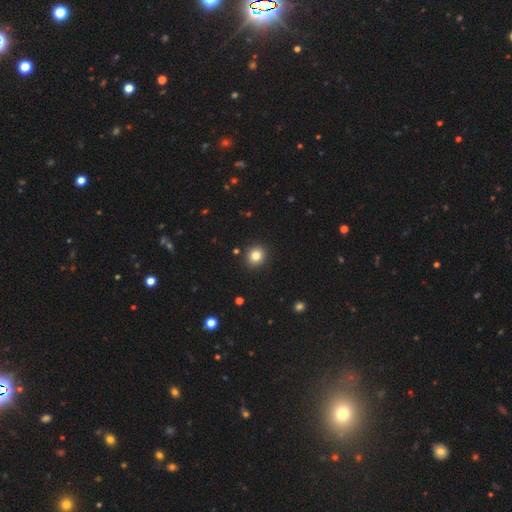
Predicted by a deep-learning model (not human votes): Q: Smooth or featured?
A: smooth (83%); runner-up: star or artifact (11%)
Q: How rounded?
A: round (86%); runner-up: in between (14%)
Q: Merging?
A: none (91%); runner-up: minor disturbance (6%)